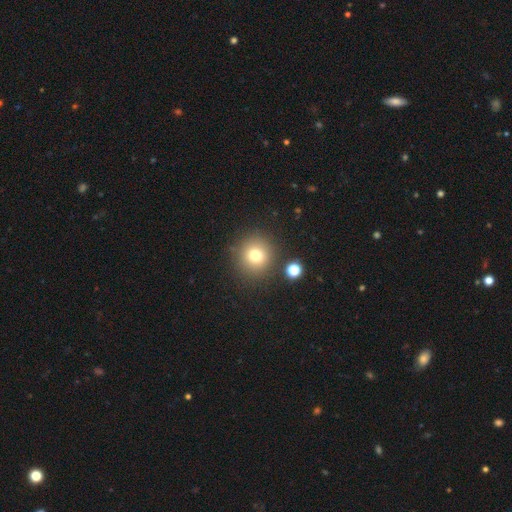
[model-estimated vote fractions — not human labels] This appears to be a smooth galaxy with no disk features (75%) that is round (92%). Merging: none (85%).